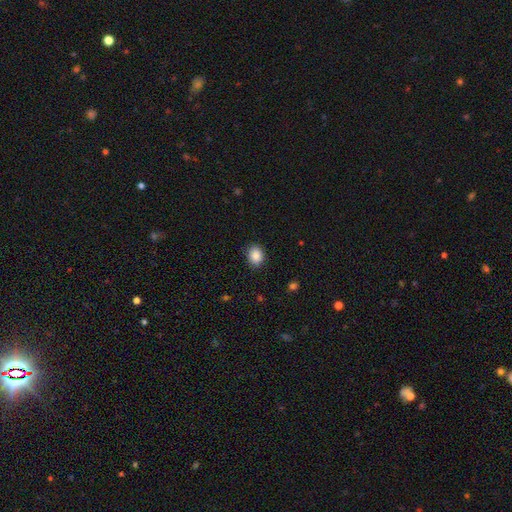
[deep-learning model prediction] A smooth galaxy with no disk features (87%) that is in between round and cigar-shaped (52%).

Vote fractions:
- Smooth or featured? smooth: 87% / star or artifact: 9% / featured or disk: 4%
- How rounded? in between: 52% / round: 47% / cigar-shaped: 1%
- Merging? none: 88% / minor disturbance: 9% / major disturbance: 2% / merger: 1%